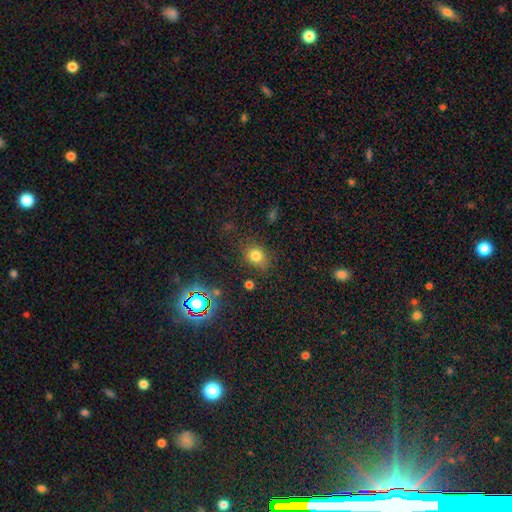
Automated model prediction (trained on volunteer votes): Q: Smooth or featured?
A: smooth (76%); runner-up: star or artifact (17%)
Q: How rounded?
A: round (54%); runner-up: in between (44%)
Q: Merging?
A: none (77%); runner-up: minor disturbance (15%)